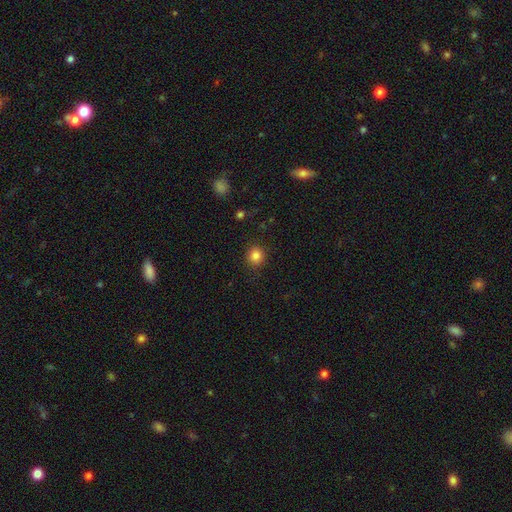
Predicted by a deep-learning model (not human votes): Smooth or featured?
  - smooth: 84% *
  - star or artifact: 11%
  - featured or disk: 5%
How rounded?
  - round: 88% *
  - in between: 11%
  - cigar-shaped: 1%
Merging?
  - none: 89% *
  - minor disturbance: 7%
  - major disturbance: 2%
  - merger: 1%